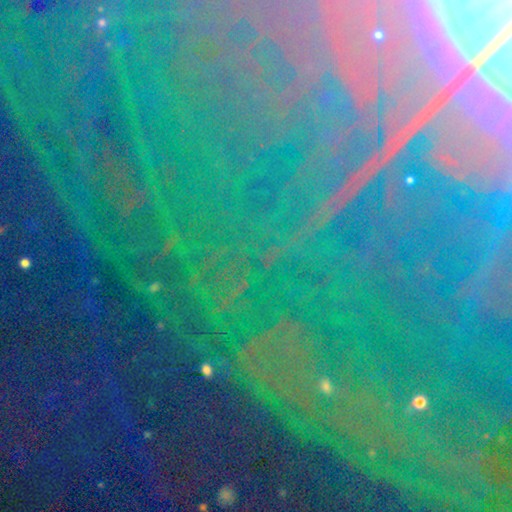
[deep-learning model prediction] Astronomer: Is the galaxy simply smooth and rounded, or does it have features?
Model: star or artifact — 84%.